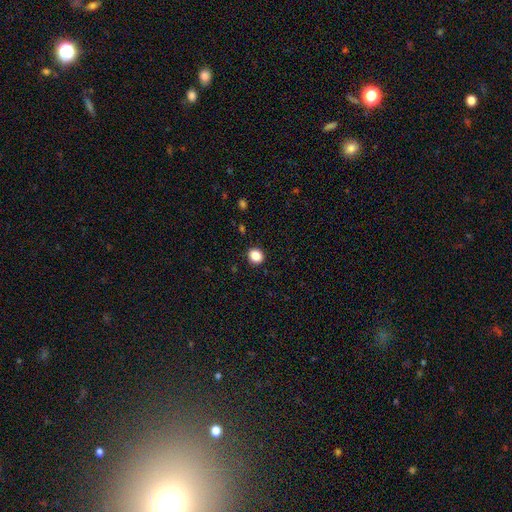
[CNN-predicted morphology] A smooth galaxy with no disk features (87%) that is round (77%).

Vote fractions:
- Smooth or featured? smooth: 87% / star or artifact: 10% / featured or disk: 3%
- How rounded? round: 77% / in between: 22% / cigar-shaped: 1%
- Merging? none: 91% / minor disturbance: 6% / major disturbance: 2% / merger: 1%